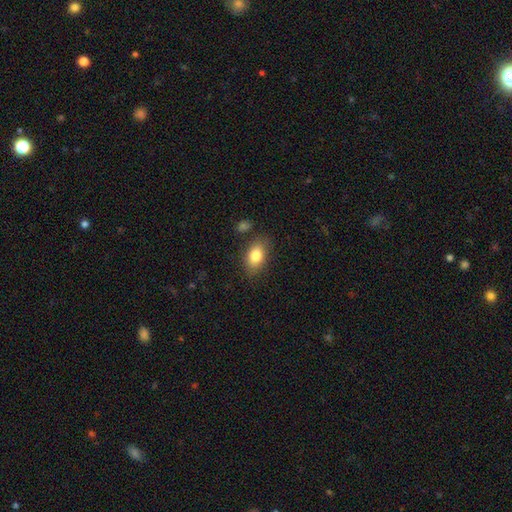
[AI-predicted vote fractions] Smooth or featured: smooth — 82% (featured or disk — 10%)
How rounded: in between — 87% (round — 11%)
Merging: none — 80% (minor disturbance — 14%)